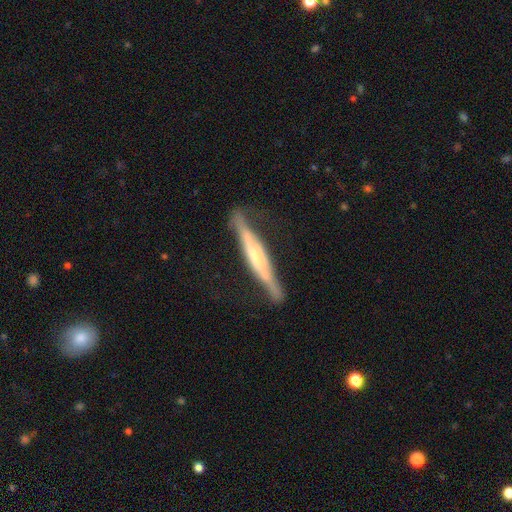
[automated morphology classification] This is likely a featured or disk galaxy (70%). It is clearly viewed edge-on (89%). Edge-on bulge: possibly rounded (45%). Merging: likely none (66%).